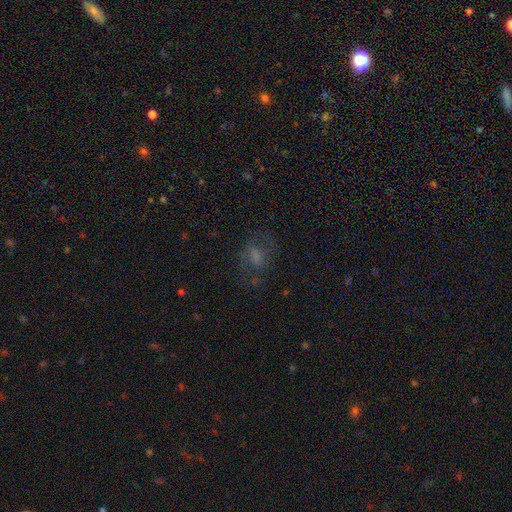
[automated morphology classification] smooth_or_featured: featured or disk (p=0.45) [alt: smooth p=0.34]
merging: none (p=0.64) [alt: major disturbance p=0.17]